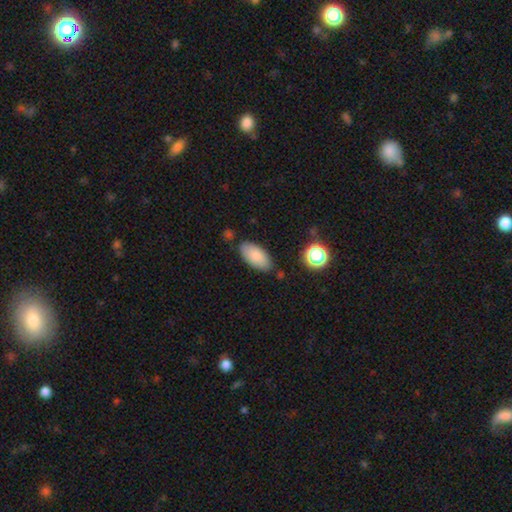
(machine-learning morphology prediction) Smooth or featured? Predicted: smooth (p=0.84). How rounded? Predicted: in between (p=0.92). Merging? Predicted: none (p=0.79).